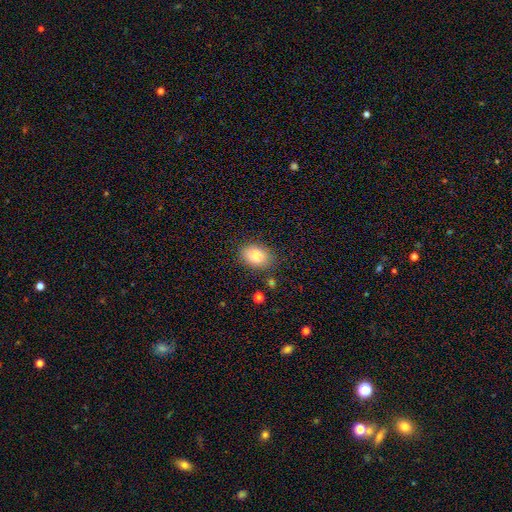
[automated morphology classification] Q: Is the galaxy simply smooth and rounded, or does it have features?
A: smooth — 82%.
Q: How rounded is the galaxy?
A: in between — 72%.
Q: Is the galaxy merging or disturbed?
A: none — 84%.